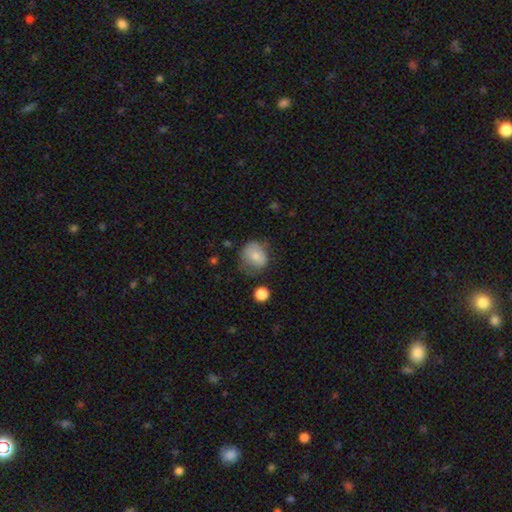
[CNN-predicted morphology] Q: Smooth or featured?
A: smooth (72%); runner-up: featured or disk (20%)
Q: How rounded?
A: round (66%); runner-up: in between (33%)
Q: Merging?
A: none (51%); runner-up: minor disturbance (32%)